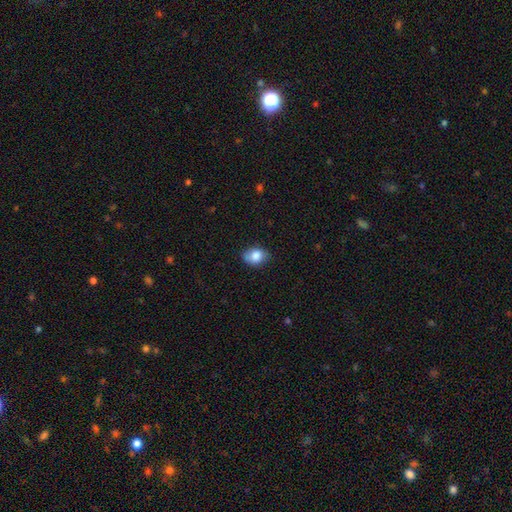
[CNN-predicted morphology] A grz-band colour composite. It shows a smooth galaxy with no disk features (80%) that is in between round and cigar-shaped (67%). Merging: none (68%).